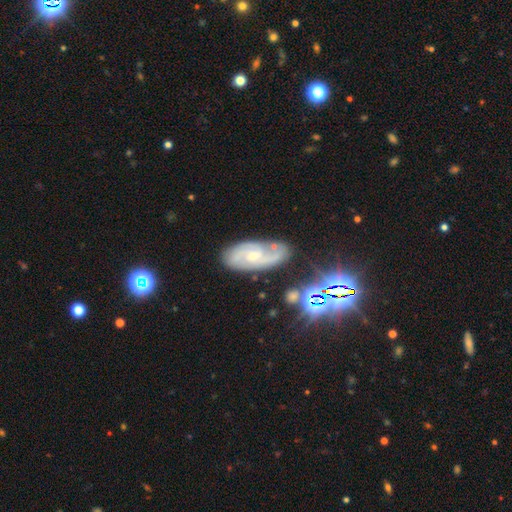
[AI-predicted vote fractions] Overall: featured or disk (74%). Edge-on disk: no (94%). Bar: no (60%; weak 35%). Spiral arms: yes (93%). Spiral arm count: 2 (52%; can't tell 25%). Spiral winding: medium (43%; tight 41%). Bulge size: small (63%; moderate 31%). Merging: none (65%).